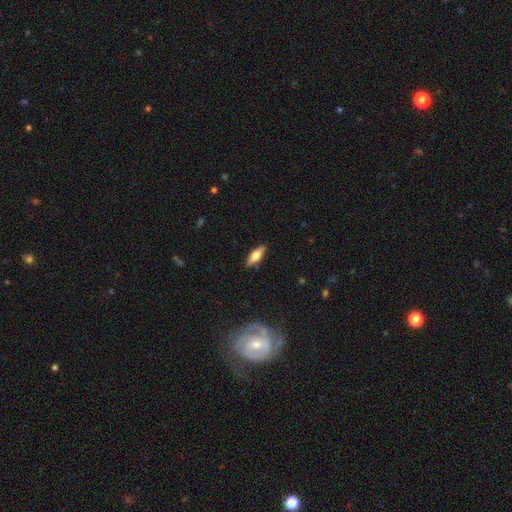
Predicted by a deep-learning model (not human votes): Morphology: type=smooth (52%); roundness=in between (56%); merging=none (88%).